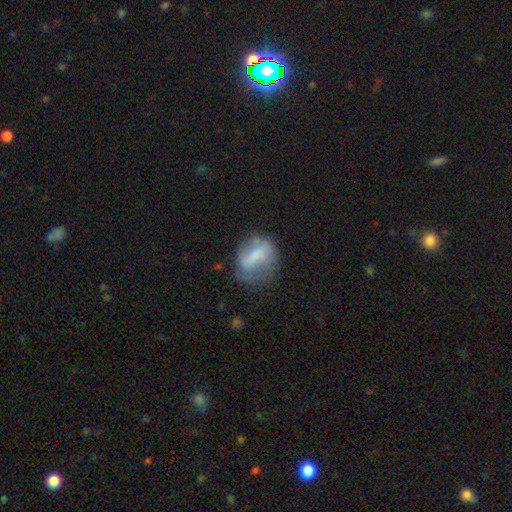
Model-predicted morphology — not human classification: Smooth or featured: smooth — 57% (featured or disk — 34%)
How rounded: in between — 56% (round — 41%)
Merging: none — 48% (minor disturbance — 30%)